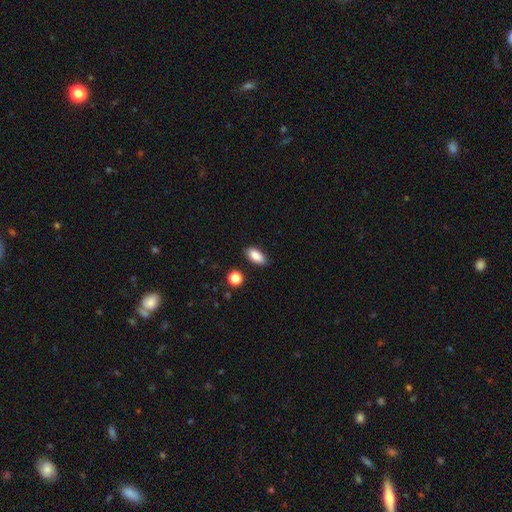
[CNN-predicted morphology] A smooth galaxy with no disk features (87%) that is in between round and cigar-shaped (88%).

Vote fractions:
- Smooth or featured? smooth: 87% / star or artifact: 8% / featured or disk: 5%
- How rounded? in between: 88% / cigar-shaped: 8% / round: 4%
- Merging? none: 85% / minor disturbance: 11% / major disturbance: 2% / merger: 2%